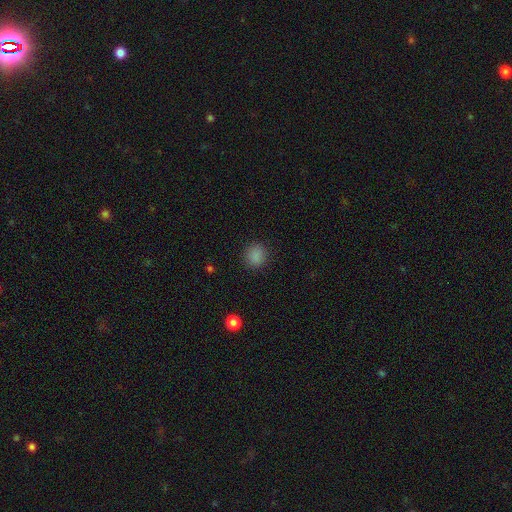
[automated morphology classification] Smooth or featured? Predicted: smooth (p=0.86). How rounded? Predicted: round (p=0.83). Merging? Predicted: none (p=0.89).